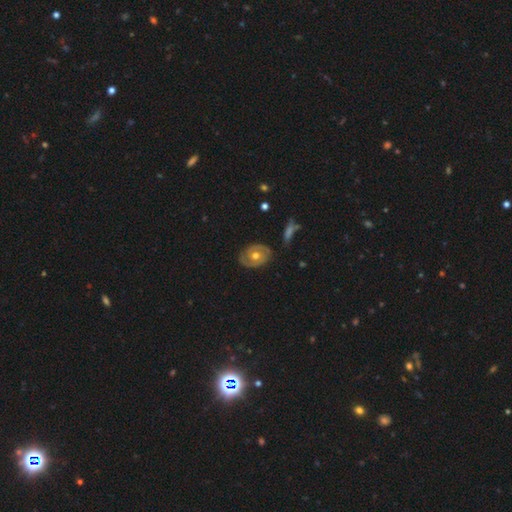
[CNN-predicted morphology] A featured or disk galaxy (62%) with no bar (80%), spiral arms (52%) and a moderate central bulge (80%). Merging: none (78%).